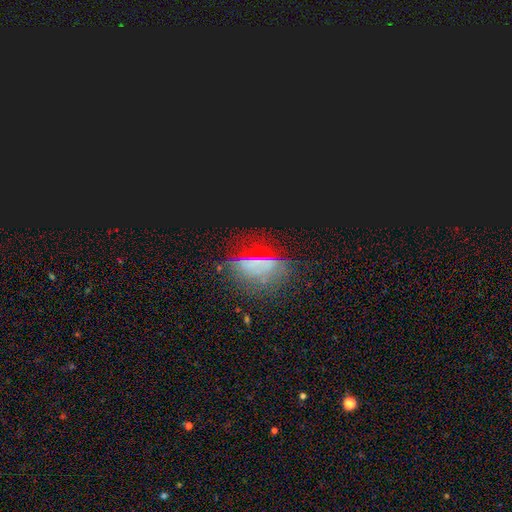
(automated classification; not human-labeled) This is marginally a star or artifact rather than a galaxy (35%).